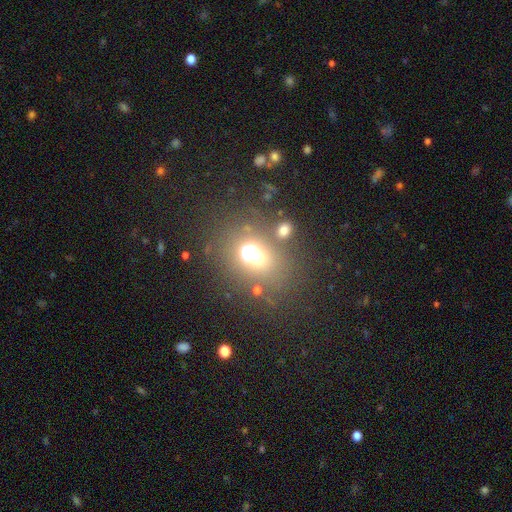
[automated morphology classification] Smooth or featured?
  - smooth: 47% *
  - star or artifact: 36%
  - featured or disk: 17%
Merging?
  - none: 56% *
  - merger: 24%
  - minor disturbance: 12%
  - major disturbance: 8%